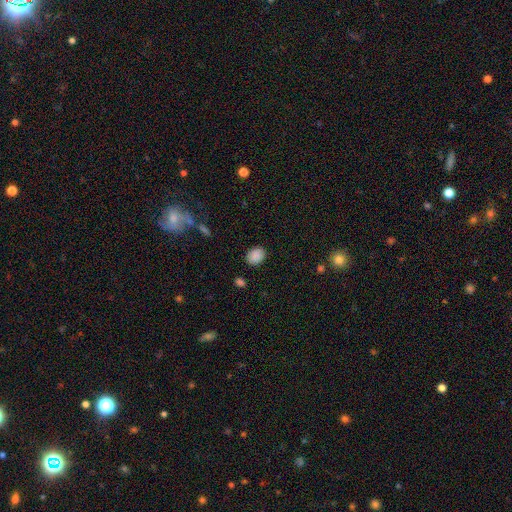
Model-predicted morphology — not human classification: The model was most divided on "how rounded": in between: 59%, round: 40%, cigar-shaped: 1%. More confident: smooth or featured — smooth (88%); merging — none (87%).